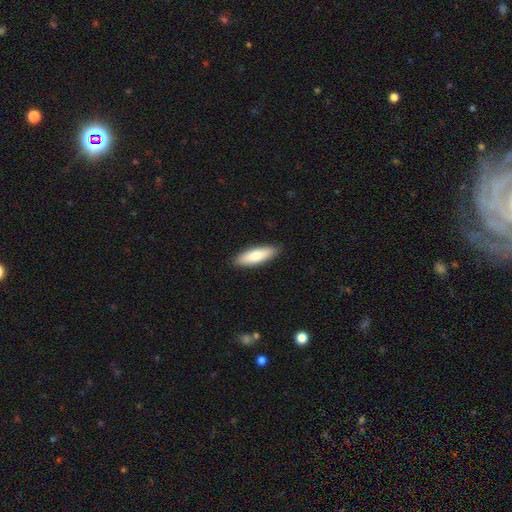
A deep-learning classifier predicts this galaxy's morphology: smooth 80%, featured or disk 15%, star or artifact 5%. Down the decision tree: how rounded — in between (52%); merging — none (90%).